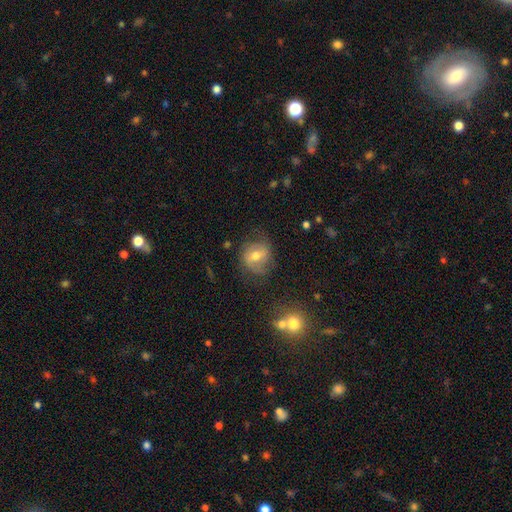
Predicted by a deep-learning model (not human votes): smooth_or_featured: featured or disk (p=0.45) [tied with: smooth p=0.45]
merging: none (p=0.65) [alt: minor disturbance p=0.21]